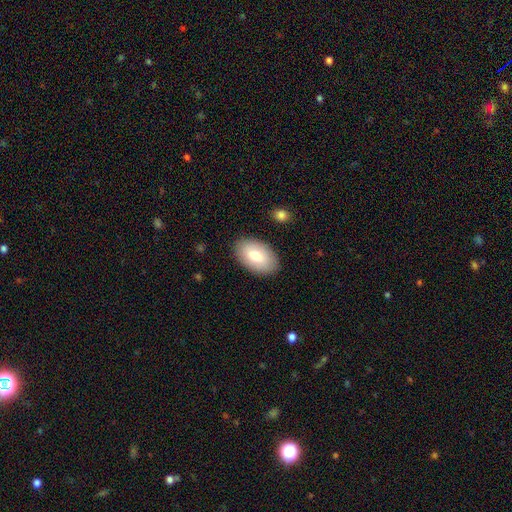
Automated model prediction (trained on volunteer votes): Smooth or featured: smooth — 76% (featured or disk — 18%)
How rounded: in between — 94% (round — 5%)
Merging: none — 87% (minor disturbance — 9%)